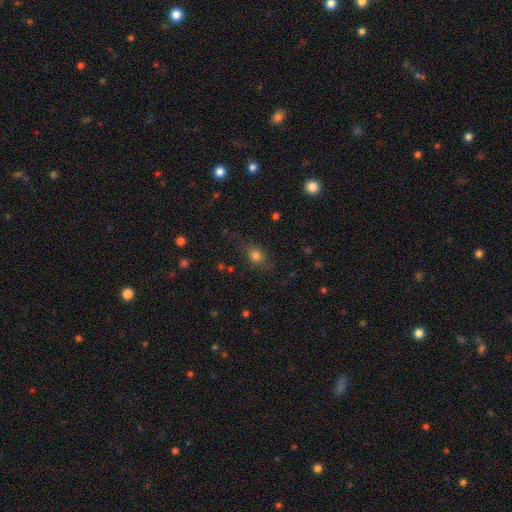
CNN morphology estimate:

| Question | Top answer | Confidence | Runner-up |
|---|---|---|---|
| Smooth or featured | smooth | 74% | star or artifact (14%) |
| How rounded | round | 52% | in between (44%) |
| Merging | none | 69% | minor disturbance (19%) |